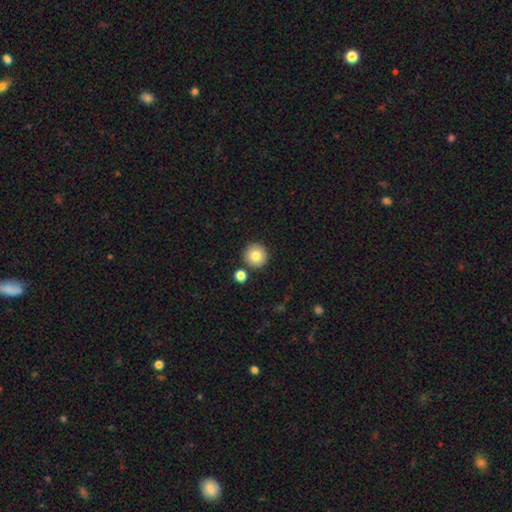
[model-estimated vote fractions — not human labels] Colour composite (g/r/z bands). It shows a smooth galaxy with no disk features (82%) that is round (95%). Merging: none (86%).